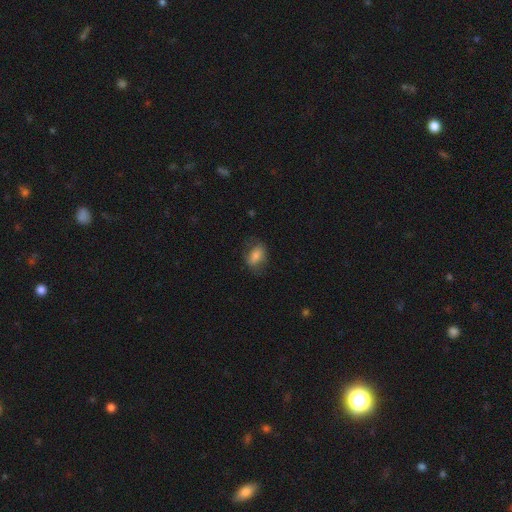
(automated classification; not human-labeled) Smooth or featured: smooth — 72% (featured or disk — 20%)
How rounded: in between — 80% (round — 17%)
Merging: none — 66% (minor disturbance — 22%)